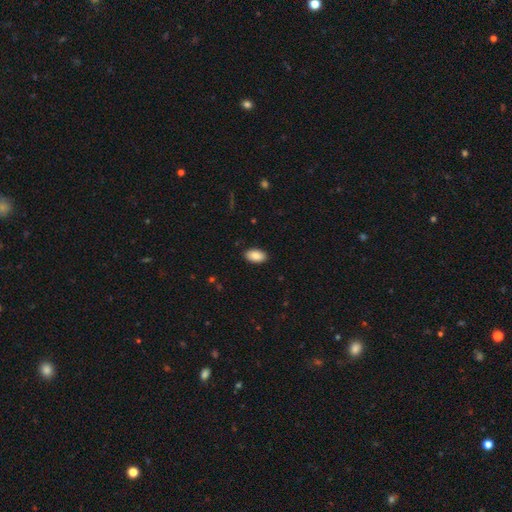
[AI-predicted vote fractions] Smooth or featured: smooth — 87% (star or artifact — 7%)
How rounded: in between — 95% (round — 4%)
Merging: none — 89% (minor disturbance — 8%)